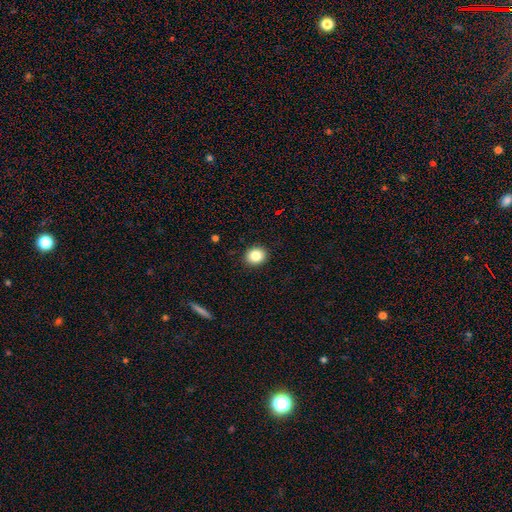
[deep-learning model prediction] The model was most divided on "how rounded": round: 69%, in between: 30%, cigar-shaped: 1%. More confident: merging — none (91%); smooth or featured — smooth (85%).